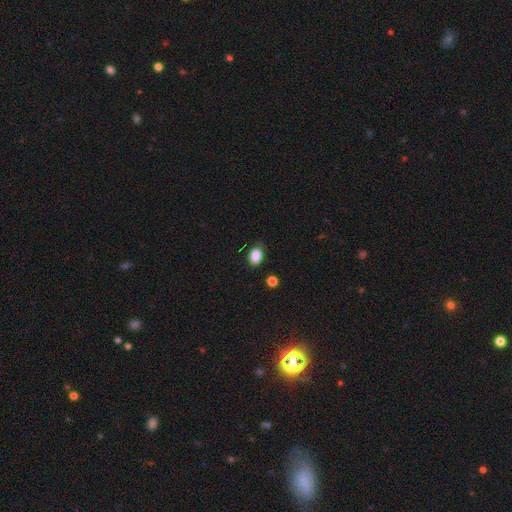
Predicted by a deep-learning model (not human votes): Overall: smooth (86%). How rounded: in between (82%). Merging: none (74%).